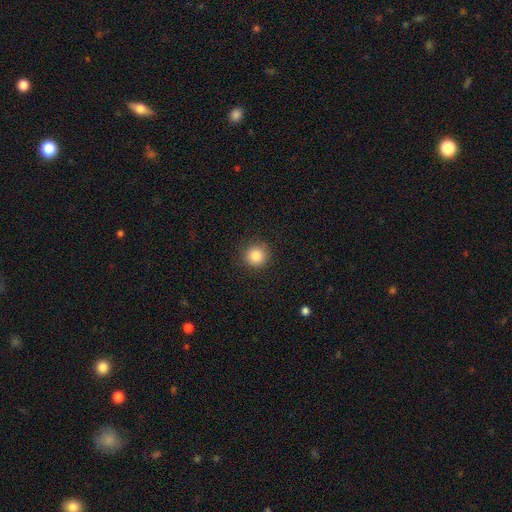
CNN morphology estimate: The model was most divided on "smooth or featured": smooth: 85%, star or artifact: 10%, featured or disk: 5%. More confident: how rounded — round (94%); merging — none (89%).